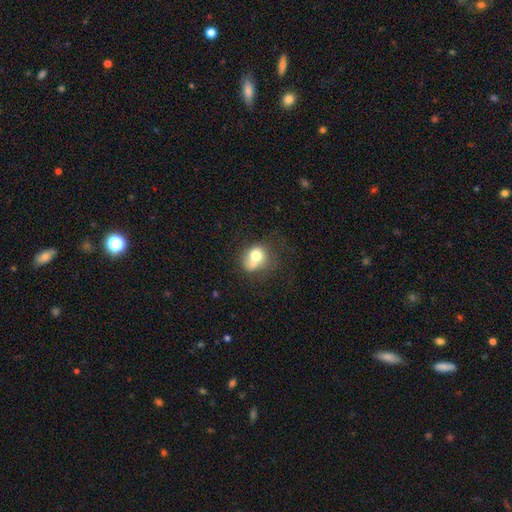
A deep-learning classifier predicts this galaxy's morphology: smooth-or-featured: smooth: 70% | featured or disk: 20% | star or artifact: 10%
  how-rounded: round: 69% | in between: 30% | cigar-shaped: 1%
  merging: merger: 39% | none: 35% | minor disturbance: 16% | major disturbance: 9%